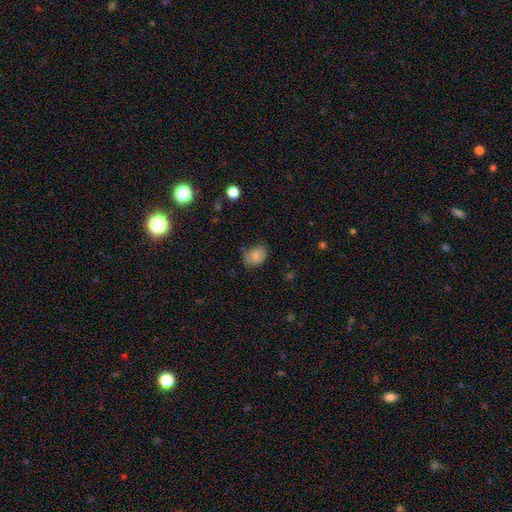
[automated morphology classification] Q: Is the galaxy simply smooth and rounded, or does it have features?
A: smooth — 83%.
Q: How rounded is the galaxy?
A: in between — 70%.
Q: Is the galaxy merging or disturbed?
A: none — 66%.